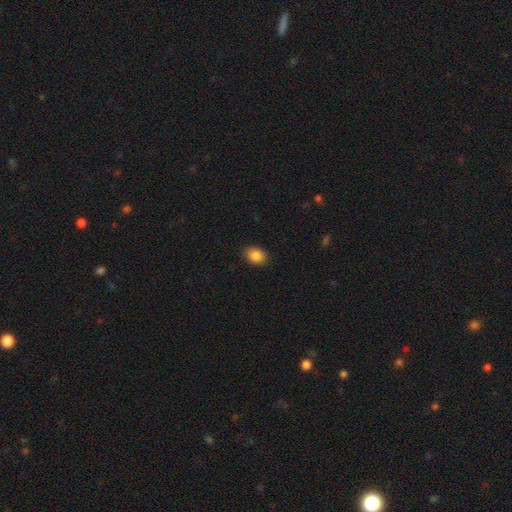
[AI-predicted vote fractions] smooth-or-featured: smooth: 87% | star or artifact: 9% | featured or disk: 4%
  how-rounded: in between: 63% | round: 36% | cigar-shaped: 1%
  merging: none: 87% | minor disturbance: 10% | major disturbance: 2% | merger: 1%